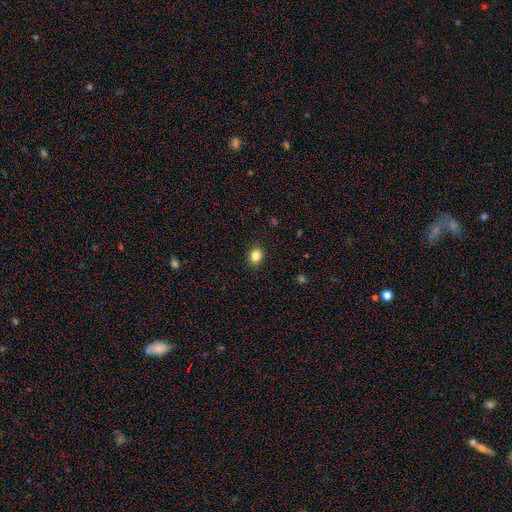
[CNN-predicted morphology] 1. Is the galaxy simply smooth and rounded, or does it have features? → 84% smooth, 11% star or artifact, 5% featured or disk.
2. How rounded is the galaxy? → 54% round, 45% in between, 1% cigar-shaped.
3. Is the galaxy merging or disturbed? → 90% none, 7% minor disturbance, 2% major disturbance, 1% merger.